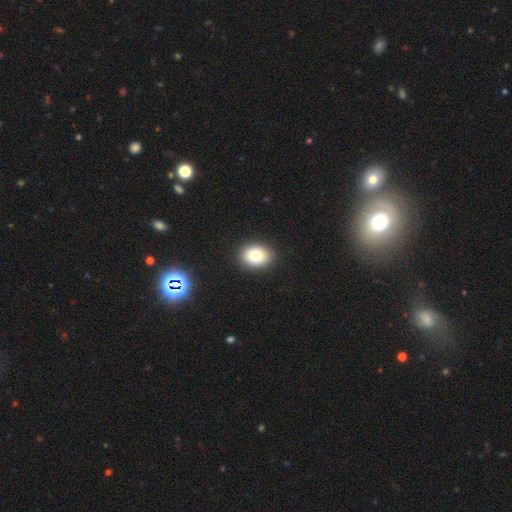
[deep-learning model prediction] Smooth or featured?
  - smooth: 80% *
  - star or artifact: 10%
  - featured or disk: 10%
How rounded?
  - in between: 55% *
  - round: 44%
  - cigar-shaped: 1%
Merging?
  - none: 90% *
  - minor disturbance: 7%
  - major disturbance: 2%
  - merger: 1%